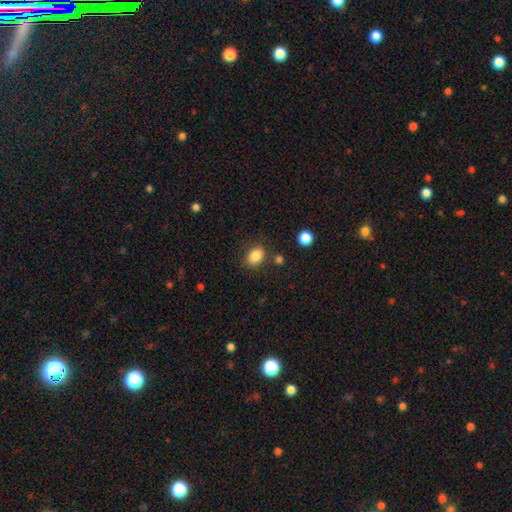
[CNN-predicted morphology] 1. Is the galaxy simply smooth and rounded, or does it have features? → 85% smooth, 9% star or artifact, 6% featured or disk.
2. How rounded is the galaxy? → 69% in between, 30% round, 1% cigar-shaped.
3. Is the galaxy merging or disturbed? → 79% none, 13% minor disturbance, 5% merger, 4% major disturbance.